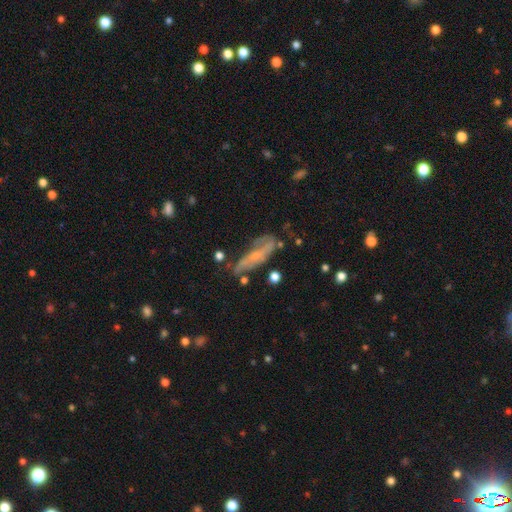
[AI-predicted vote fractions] Overall: featured or disk (58%; smooth 33%). Edge-on disk: no (67%; yes 33%). Merging: none (48%; minor disturbance 29%).